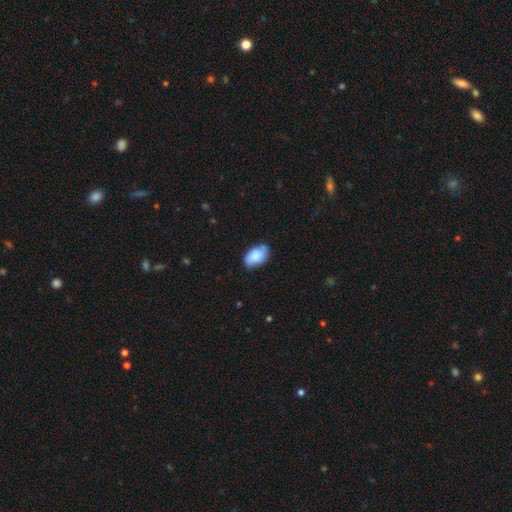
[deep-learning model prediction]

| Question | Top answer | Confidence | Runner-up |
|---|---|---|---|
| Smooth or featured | smooth | 82% | featured or disk (11%) |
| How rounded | in between | 93% | round (6%) |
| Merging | none | 71% | minor disturbance (23%) |